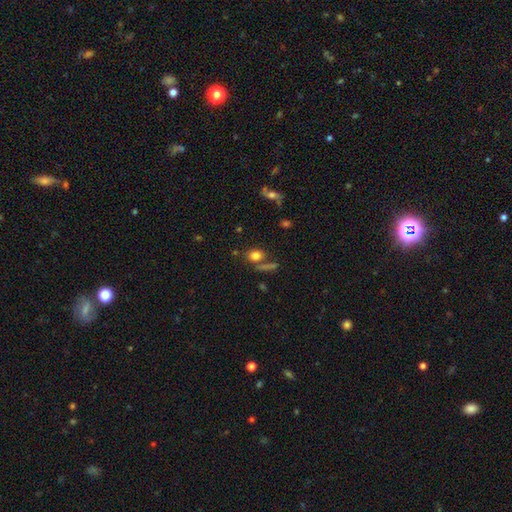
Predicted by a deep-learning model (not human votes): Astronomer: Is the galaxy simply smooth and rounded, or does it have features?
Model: smooth — 79%.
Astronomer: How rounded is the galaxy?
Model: round — 48% (runner-up: in between, 47%).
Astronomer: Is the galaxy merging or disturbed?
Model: none — 68%.